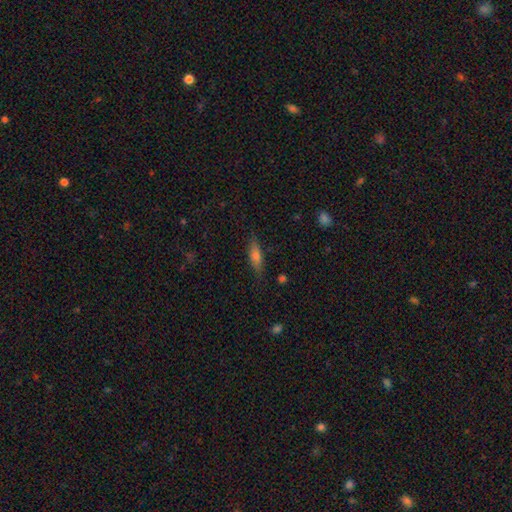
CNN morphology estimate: smooth_or_featured: smooth (p=0.56) [alt: featured or disk p=0.34]
how_rounded: cigar-shaped (p=0.64) [alt: in between p=0.33]
merging: none (p=0.82) [alt: minor disturbance p=0.13]